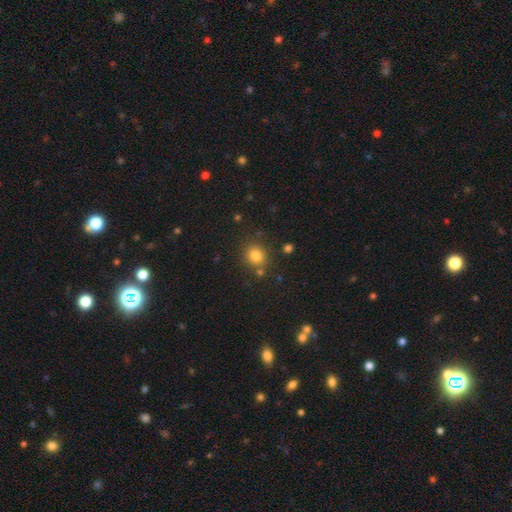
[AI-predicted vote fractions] This appears to be a smooth galaxy with no disk features (81%) that is round (81%). Merging: none (78%).